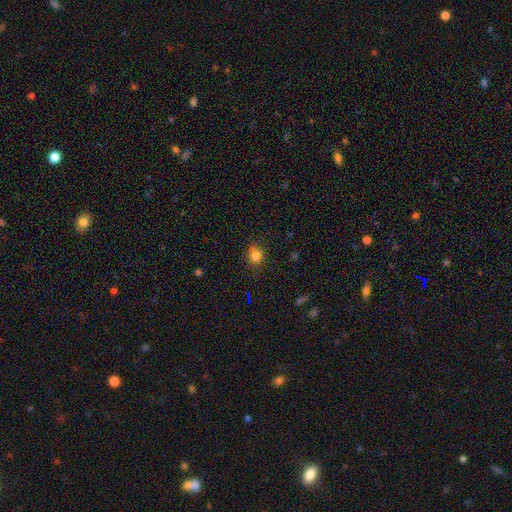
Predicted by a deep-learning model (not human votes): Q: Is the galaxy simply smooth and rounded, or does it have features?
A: smooth — 80%.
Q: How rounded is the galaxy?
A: round — 71%.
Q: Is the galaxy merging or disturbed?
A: none — 82%.